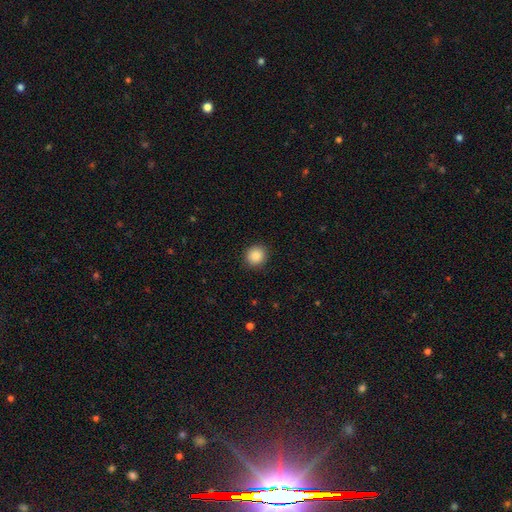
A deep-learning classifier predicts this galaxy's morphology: Q: Smooth or featured?
A: smooth (87%); runner-up: star or artifact (9%)
Q: How rounded?
A: round (87%); runner-up: in between (12%)
Q: Merging?
A: none (91%); runner-up: minor disturbance (6%)